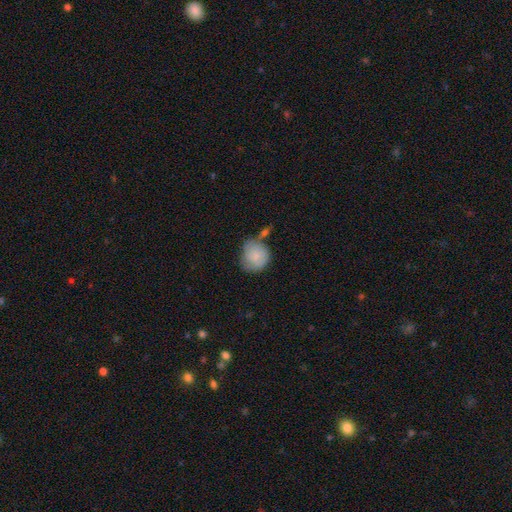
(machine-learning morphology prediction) smooth_or_featured: smooth (p=0.75) [alt: featured or disk p=0.18]
how_rounded: round (p=0.80) [alt: in between p=0.19]
merging: none (p=0.46) [alt: minor disturbance p=0.26]